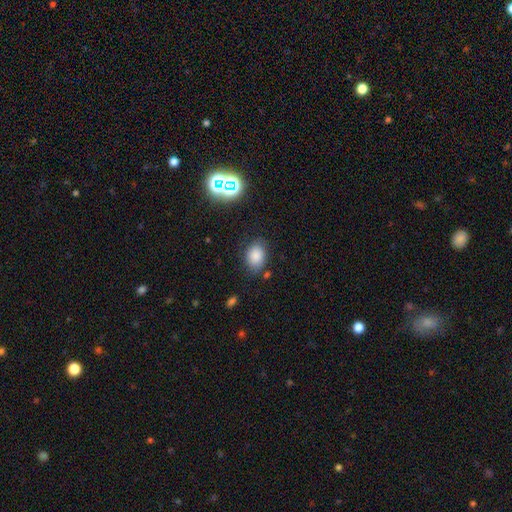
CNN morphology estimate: smooth-or-featured: smooth: 82% | star or artifact: 12% | featured or disk: 7%
  how-rounded: in between: 73% | round: 26% | cigar-shaped: 1%
  merging: none: 76% | minor disturbance: 16% | major disturbance: 4% | merger: 3%